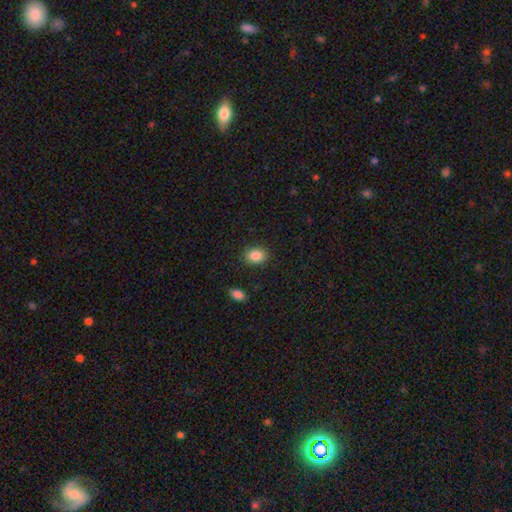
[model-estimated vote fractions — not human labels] Smooth or featured? smooth (86%)
How rounded? in between (64%)
Merging? none (86%)